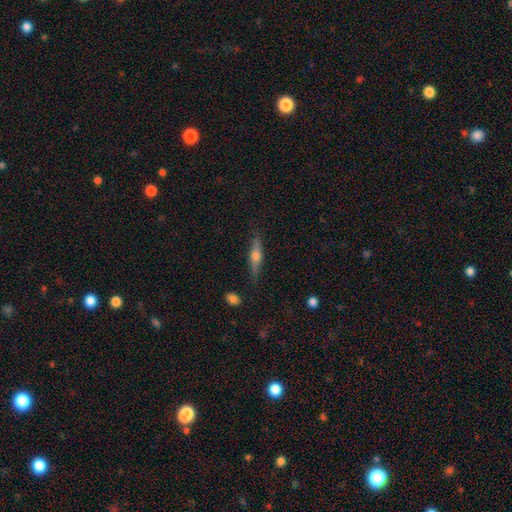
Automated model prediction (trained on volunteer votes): Overall: featured or disk (62%; smooth 31%). Edge-on disk: yes (95%). Edge-on bulge: rounded (92%). Merging: none (86%).